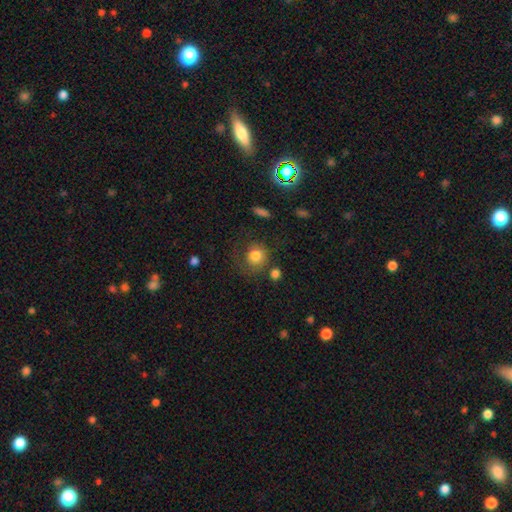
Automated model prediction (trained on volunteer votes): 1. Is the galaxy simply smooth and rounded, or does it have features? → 77% smooth, 13% featured or disk, 9% star or artifact.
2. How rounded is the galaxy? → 83% round, 16% in between, 1% cigar-shaped.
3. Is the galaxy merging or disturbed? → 56% none, 20% minor disturbance, 19% major disturbance, 6% merger.